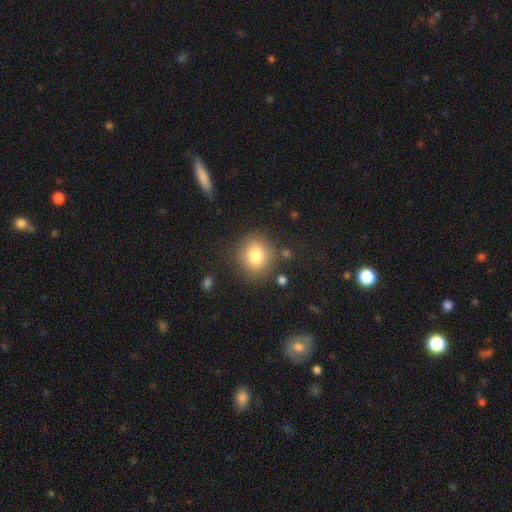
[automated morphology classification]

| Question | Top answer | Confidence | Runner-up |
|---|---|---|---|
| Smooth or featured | smooth | 80% | star or artifact (10%) |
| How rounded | round | 86% | in between (14%) |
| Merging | none | 83% | minor disturbance (10%) |